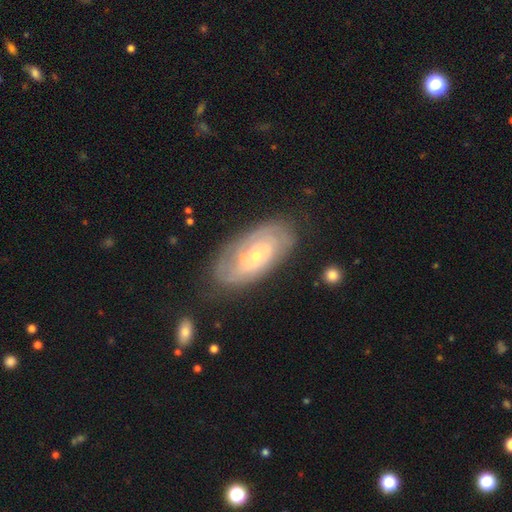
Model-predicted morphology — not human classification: Overall: featured or disk (77%). Edge-on disk: no (94%). Bar: no (74%). Spiral arms: yes (87%). Spiral arm count: can't tell (46%; 2 28%). Spiral winding: tight (70%). Bulge size: small (70%). Merging: none (75%).